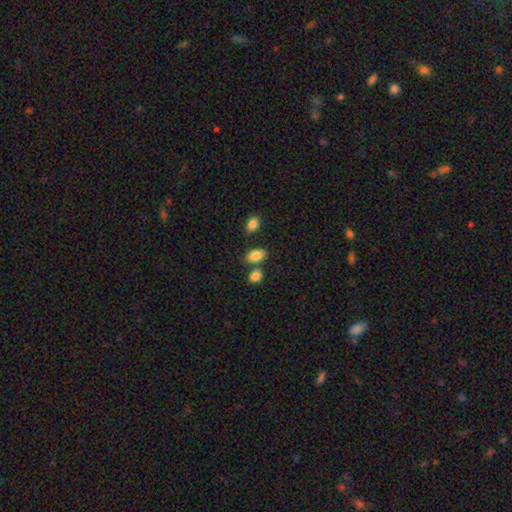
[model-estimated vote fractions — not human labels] Smooth or featured? smooth (86%)
How rounded? in between (85%)
Merging? none (66%)